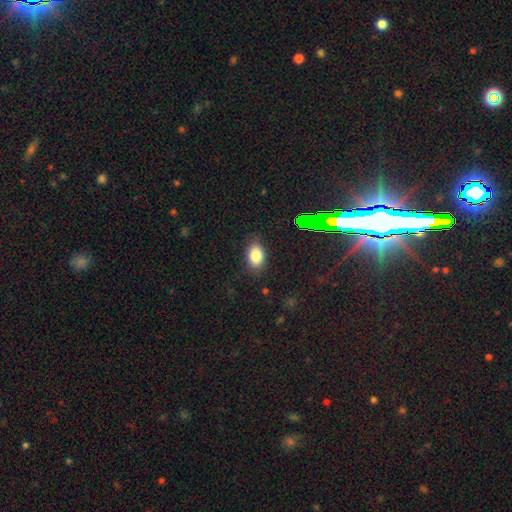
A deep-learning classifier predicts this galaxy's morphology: Q: Smooth or featured?
A: smooth (82%); runner-up: star or artifact (10%)
Q: How rounded?
A: in between (87%); runner-up: round (11%)
Q: Merging?
A: none (81%); runner-up: minor disturbance (14%)